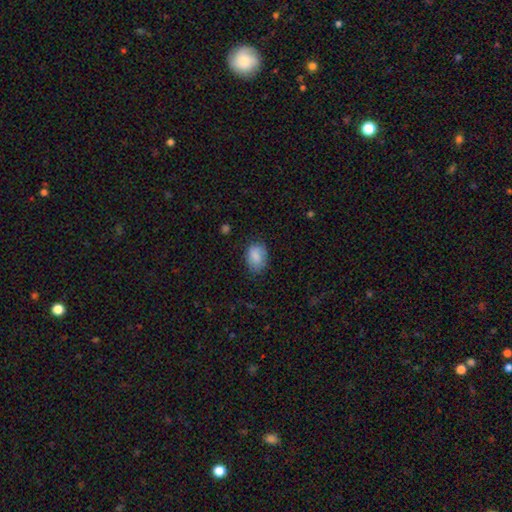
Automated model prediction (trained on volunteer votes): Q: Smooth or featured?
A: smooth (86%); runner-up: star or artifact (7%)
Q: How rounded?
A: in between (78%); runner-up: round (21%)
Q: Merging?
A: none (72%); runner-up: minor disturbance (22%)